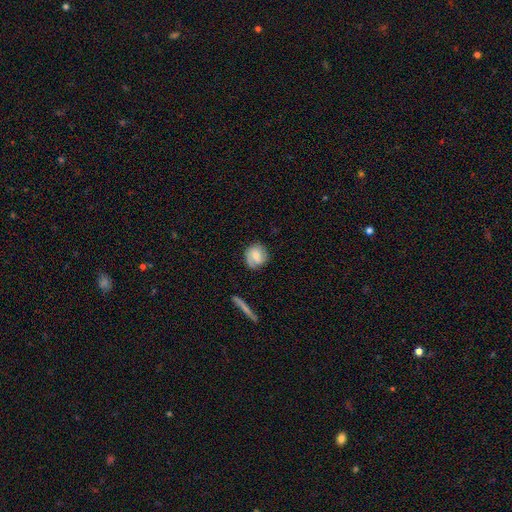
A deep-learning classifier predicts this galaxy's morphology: Q: Smooth or featured?
A: smooth (56%); runner-up: featured or disk (37%)
Q: How rounded?
A: round (81%); runner-up: in between (17%)
Q: Merging?
A: none (73%); runner-up: minor disturbance (19%)